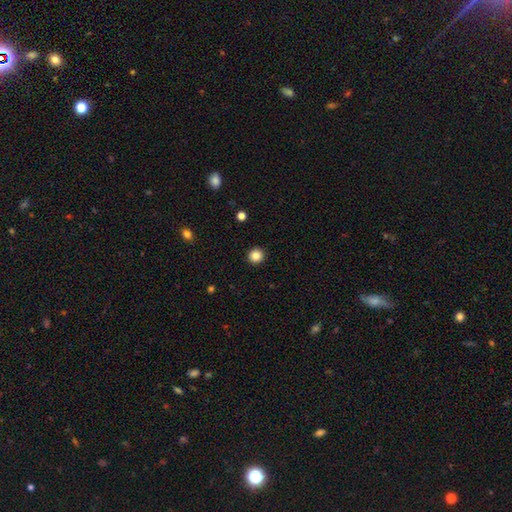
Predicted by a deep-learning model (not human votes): Smooth or featured? Predicted: smooth (p=0.84). How rounded? Predicted: round (p=0.93). Merging? Predicted: none (p=0.93).